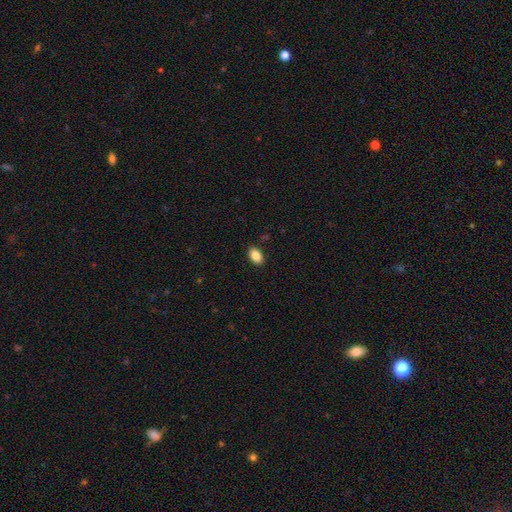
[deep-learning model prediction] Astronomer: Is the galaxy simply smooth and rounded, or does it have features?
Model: smooth — 86%.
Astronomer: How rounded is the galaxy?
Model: in between — 91%.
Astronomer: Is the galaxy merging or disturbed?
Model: none — 88%.